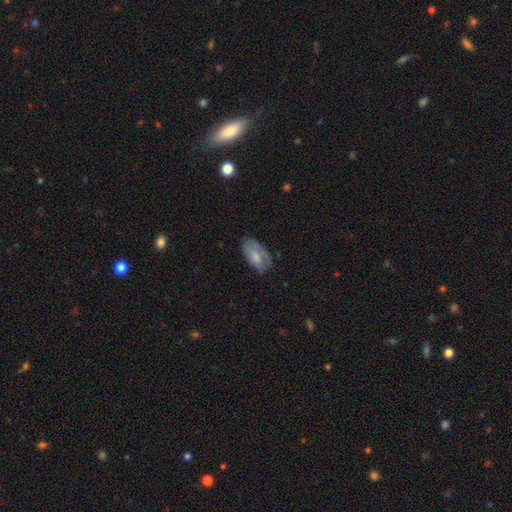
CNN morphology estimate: smooth 67%, featured or disk 26%, star or artifact 7%. Down the decision tree: how rounded — in between (93%); merging — none (63%).